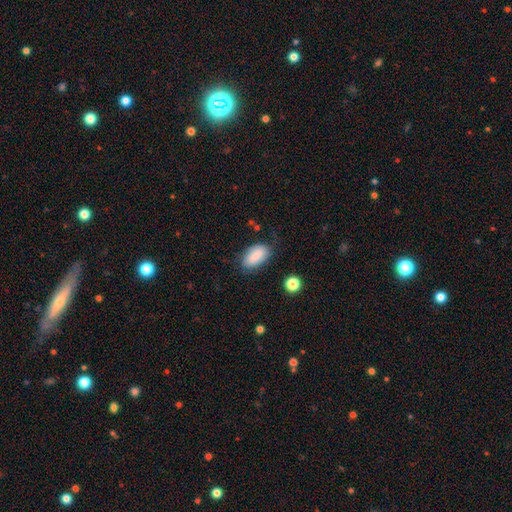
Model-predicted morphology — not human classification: This is clearly a smooth galaxy (82%). How rounded: clearly in between (93%). Merging: likely none (73%).